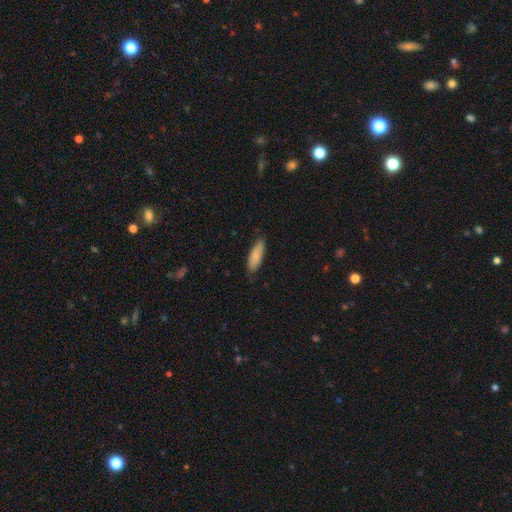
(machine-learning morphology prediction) The model was most divided on "how rounded": in between: 62%, cigar-shaped: 37%, round: 2%. More confident: smooth or featured — smooth (81%); merging — none (75%).